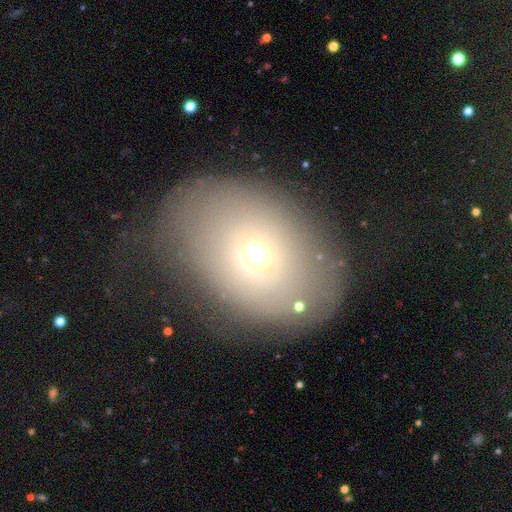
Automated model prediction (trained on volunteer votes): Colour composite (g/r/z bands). It shows a smooth galaxy with no disk features (61%) that is in between round and cigar-shaped (66%). Merging: none (61%).